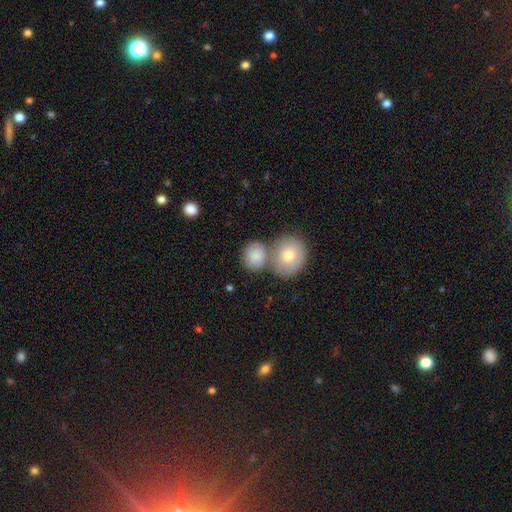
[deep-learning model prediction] Smooth or featured: smooth — 83% (featured or disk — 10%)
How rounded: round — 71% (in between — 27%)
Merging: none — 43% (merger — 42%)